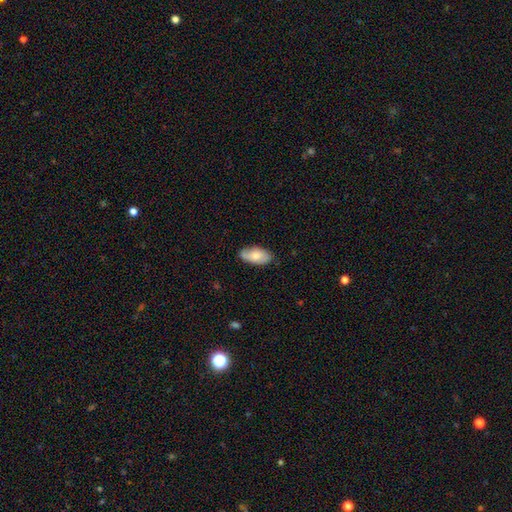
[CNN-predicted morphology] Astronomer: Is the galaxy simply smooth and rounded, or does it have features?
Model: smooth — 69%.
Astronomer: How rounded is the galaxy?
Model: in between — 94%.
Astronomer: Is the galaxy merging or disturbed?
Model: none — 77%.